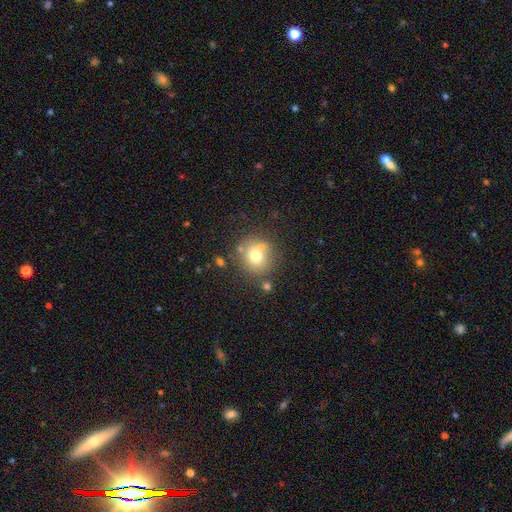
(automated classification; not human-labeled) Smooth or featured?
  - smooth: 71% *
  - featured or disk: 16%
  - star or artifact: 13%
How rounded?
  - round: 86% *
  - in between: 13%
  - cigar-shaped: 1%
Merging?
  - none: 68% *
  - minor disturbance: 14%
  - merger: 13%
  - major disturbance: 5%